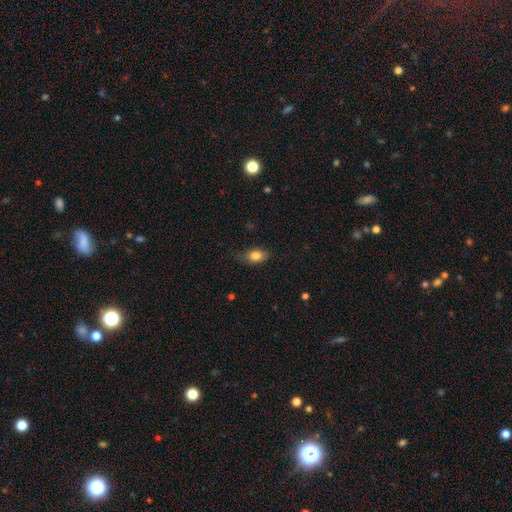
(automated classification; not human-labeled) Smooth or featured: smooth — 82% (featured or disk — 10%)
How rounded: in between — 83% (round — 13%)
Merging: none — 70% (minor disturbance — 24%)